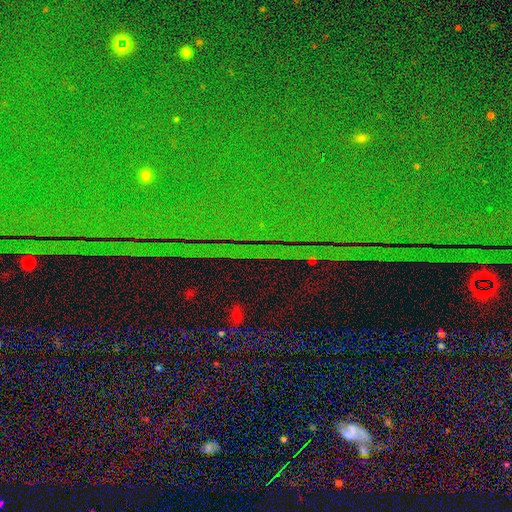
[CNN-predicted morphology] smooth_or_featured: star or artifact (p=0.87) [alt: featured or disk p=0.07]